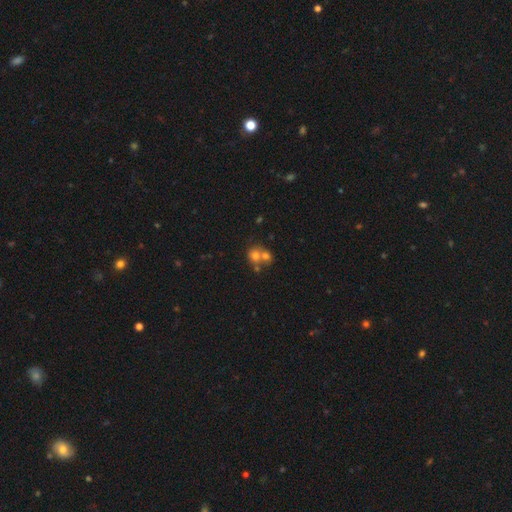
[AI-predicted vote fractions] Q: Smooth or featured?
A: smooth (68%); runner-up: featured or disk (19%)
Q: How rounded?
A: round (76%); runner-up: in between (23%)
Q: Merging?
A: merger (58%); runner-up: none (33%)